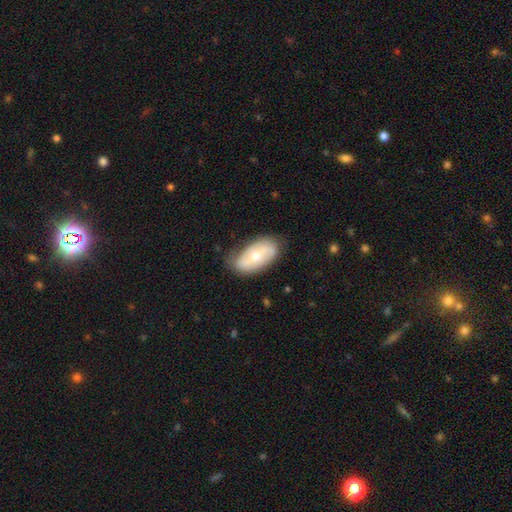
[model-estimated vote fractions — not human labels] This appears to be a smooth galaxy with no disk features (50%). Merging: none (70%).